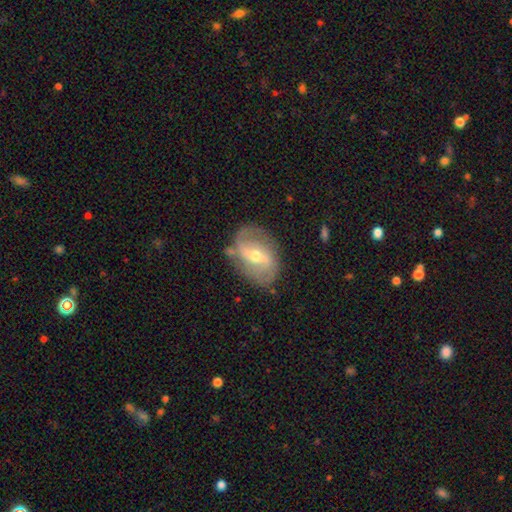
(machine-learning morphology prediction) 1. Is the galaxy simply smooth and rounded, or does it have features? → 78% featured or disk, 15% smooth, 7% star or artifact.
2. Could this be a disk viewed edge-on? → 95% no, 5% yes.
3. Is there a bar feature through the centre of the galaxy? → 45% weak, 31% strong, 24% no.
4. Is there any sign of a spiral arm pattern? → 86% yes, 14% no.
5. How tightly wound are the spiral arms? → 42% medium, 36% loose, 22% tight.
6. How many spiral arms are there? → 79% 2, 11% can't tell, 4% 1, 4% 3, 1% 4, 1% more than 4.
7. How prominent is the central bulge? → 60% moderate, 36% small, 3% large, 1% none, 1% dominant.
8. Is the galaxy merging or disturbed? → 71% none, 19% minor disturbance, 7% major disturbance, 3% merger.